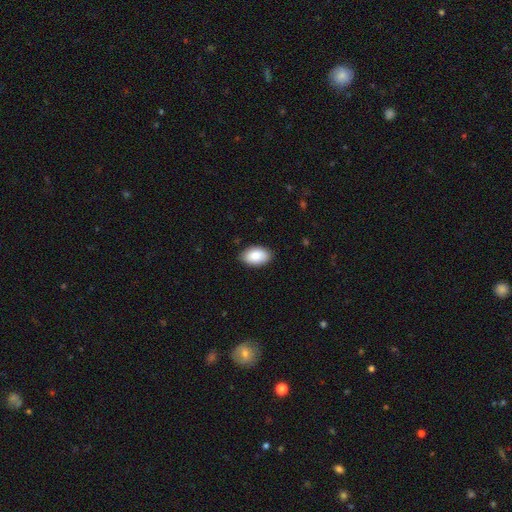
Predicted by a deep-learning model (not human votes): The model was most divided on "merging": none: 87%, minor disturbance: 10%, major disturbance: 2%, merger: 1%. More confident: how rounded — in between (94%); smooth or featured — smooth (88%).